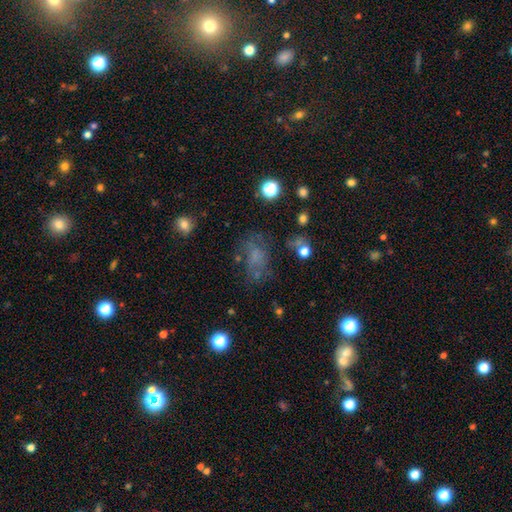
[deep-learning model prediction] A smooth galaxy with no disk features (46%). Merging: none (49%).